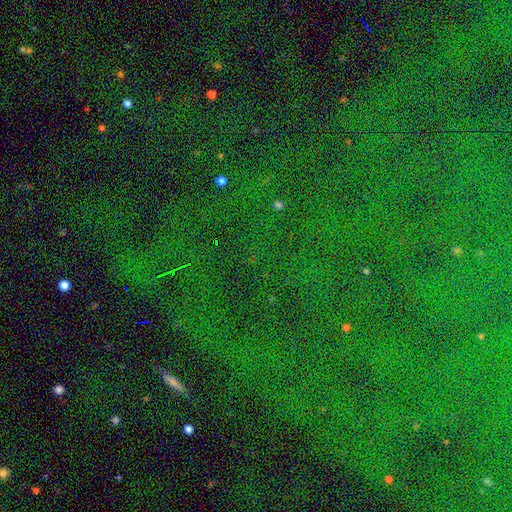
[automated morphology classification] This is clearly a star or artifact rather than a galaxy (82%).